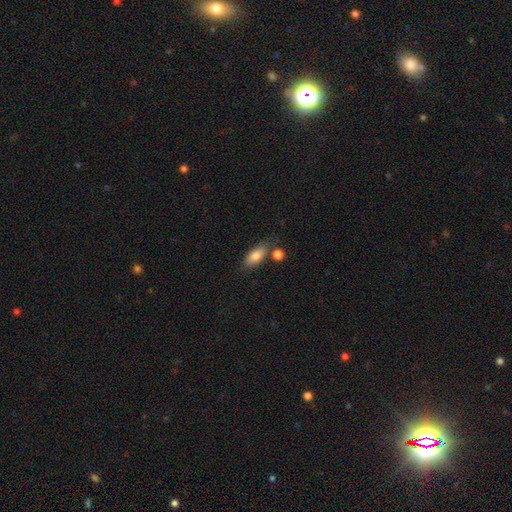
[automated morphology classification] A smooth galaxy with no disk features (81%) that is in between round and cigar-shaped (83%).

Vote fractions:
- Smooth or featured? smooth: 81% / featured or disk: 11% / star or artifact: 7%
- How rounded? in between: 83% / cigar-shaped: 13% / round: 4%
- Merging? none: 63% / minor disturbance: 18% / merger: 14% / major disturbance: 5%